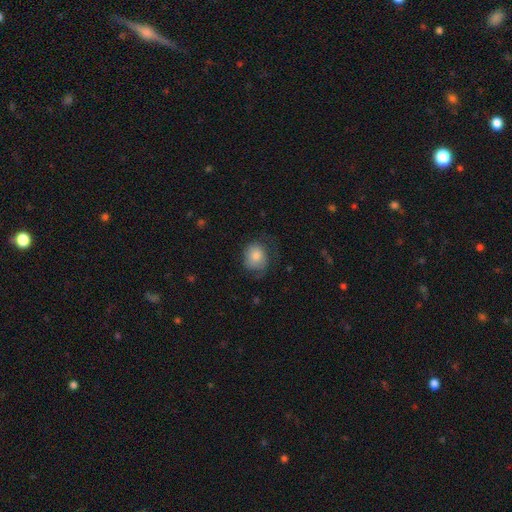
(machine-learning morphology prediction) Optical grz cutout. It shows a smooth galaxy with no disk features (74%) that is round (66%). Merging: none (57%).